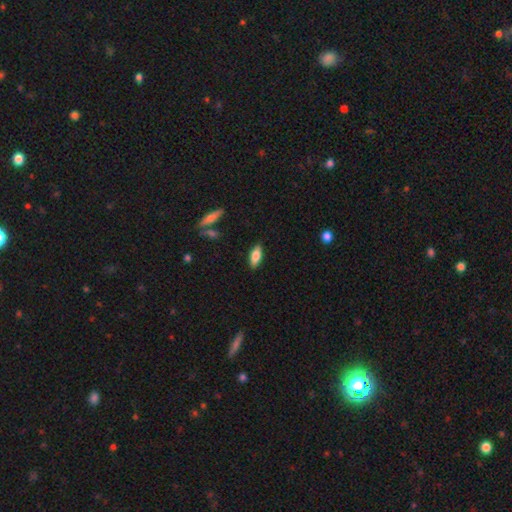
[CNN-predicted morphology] smooth-or-featured: smooth: 78% | featured or disk: 16% | star or artifact: 6%
  how-rounded: in between: 73% | cigar-shaped: 25% | round: 2%
  merging: none: 87% | minor disturbance: 9% | major disturbance: 2% | merger: 2%